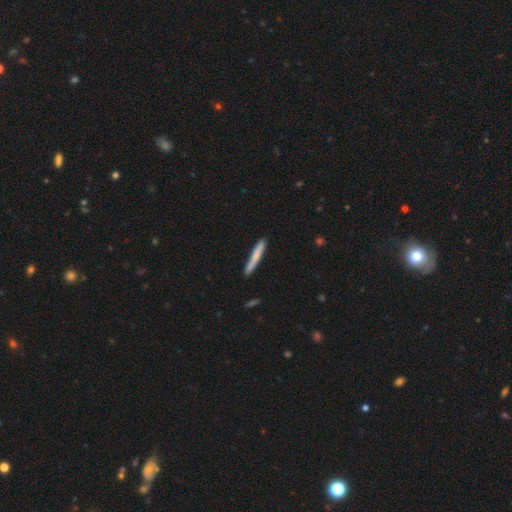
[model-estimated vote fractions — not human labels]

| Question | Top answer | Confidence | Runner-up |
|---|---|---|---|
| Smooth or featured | smooth | 73% | featured or disk (21%) |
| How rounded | cigar-shaped | 96% | in between (3%) |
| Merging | none | 86% | minor disturbance (10%) |